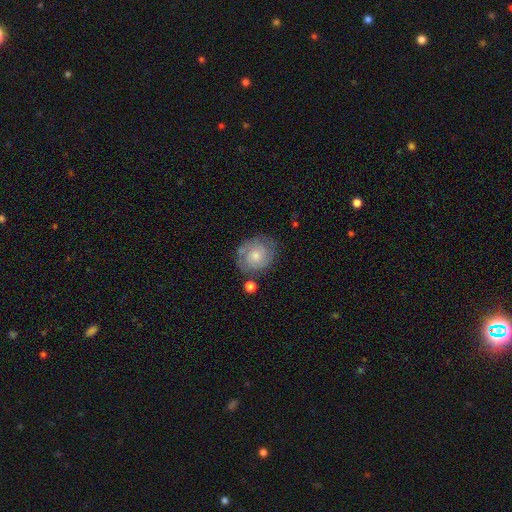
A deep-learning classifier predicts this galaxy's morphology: smooth_or_featured: featured or disk (p=0.60) [alt: smooth p=0.33]
disk_edge_on: no (p=0.97) [alt: yes p=0.03]
bar: no (p=0.79) [alt: weak p=0.18]
has_spiral_arms: yes (p=0.84) [alt: no p=0.16]
bulge_size: small (p=0.59) [alt: moderate p=0.34]
merging: none (p=0.69) [alt: minor disturbance p=0.19]